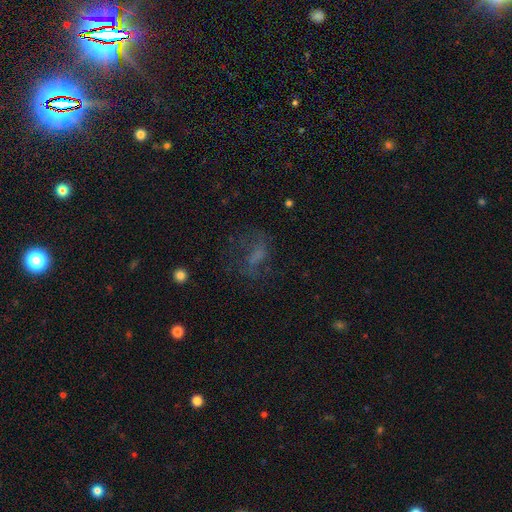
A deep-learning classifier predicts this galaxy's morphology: Overall: smooth (38%; featured or disk 37%). Merging: none (49%; major disturbance 29%).